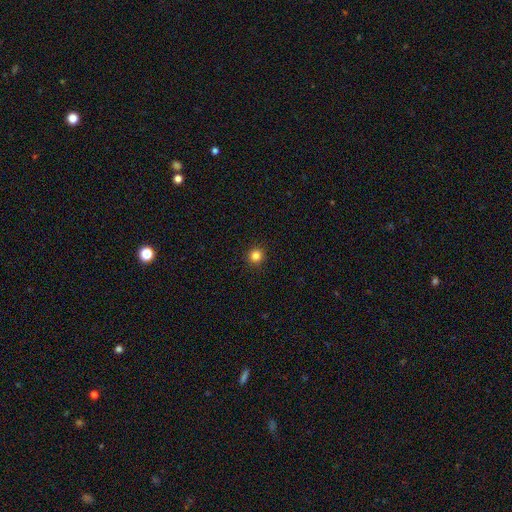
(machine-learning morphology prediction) smooth-or-featured: smooth: 84% | star or artifact: 12% | featured or disk: 4%
  how-rounded: round: 94% | in between: 5% | cigar-shaped: 1%
  merging: none: 93% | minor disturbance: 5% | major disturbance: 2% | merger: 1%